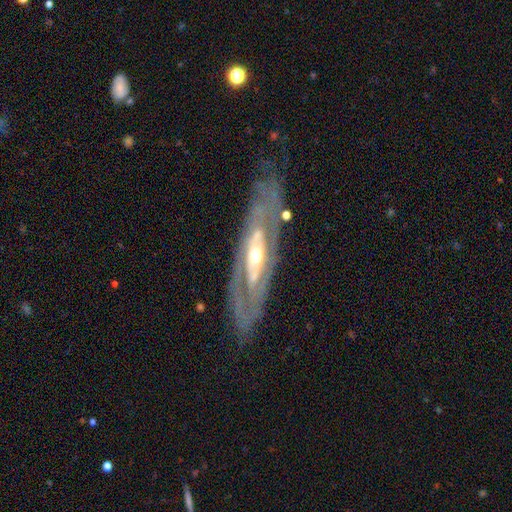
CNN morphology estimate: A featured or disk galaxy (83%) with no bar (65%), spiral arms (61%) and a moderate central bulge (59%). Merging: none (76%).